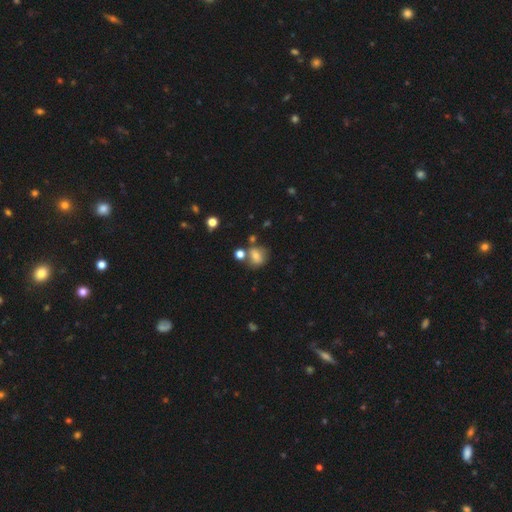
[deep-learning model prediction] Smooth or featured?
  - smooth: 69% *
  - featured or disk: 17%
  - star or artifact: 14%
How rounded?
  - round: 67% *
  - in between: 32%
  - cigar-shaped: 1%
Merging?
  - none: 56% *
  - merger: 21%
  - minor disturbance: 17%
  - major disturbance: 7%